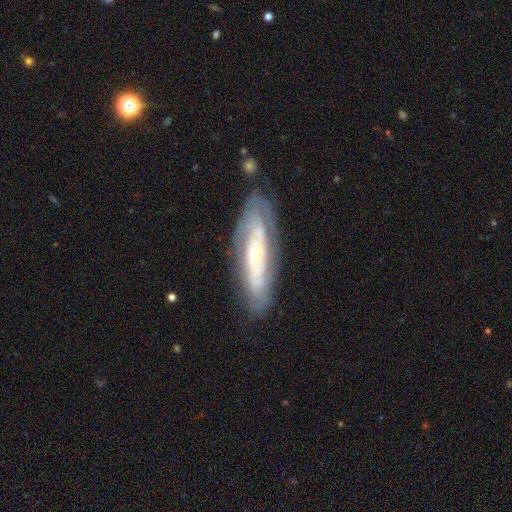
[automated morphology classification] A featured or disk galaxy (74%) with no bar (61%), spiral arms (84%) and a small central bulge (62%).

Vote fractions:
- Smooth or featured? featured or disk: 74% / smooth: 20% / star or artifact: 7%
- Edge-on disk? no: 76% / yes: 24%
- Bar? no: 61% / weak: 25% / strong: 14%
- Spiral arms? yes: 84% / no: 16%
- Bulge size? small: 62% / moderate: 29% / large: 4% / none: 3% / dominant: 1%
- Merging? none: 78% / minor disturbance: 15% / major disturbance: 5% / merger: 2%